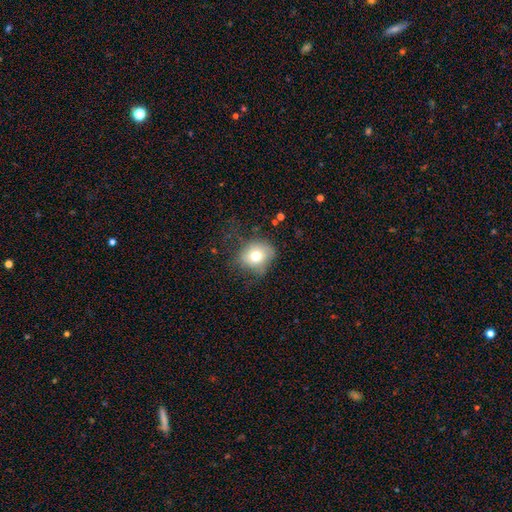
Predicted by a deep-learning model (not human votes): This appears to be a smooth galaxy with no disk features (70%) that is round (68%). Merging: none (57%).